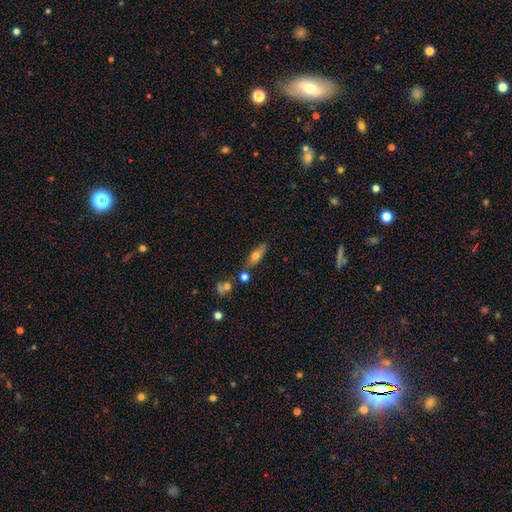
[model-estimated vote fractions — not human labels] A smooth galaxy with no disk features (68%) that is in between round and cigar-shaped (65%).

Vote fractions:
- Smooth or featured? smooth: 68% / featured or disk: 23% / star or artifact: 9%
- How rounded? in between: 65% / cigar-shaped: 31% / round: 5%
- Merging? none: 70% / minor disturbance: 15% / merger: 12% / major disturbance: 4%